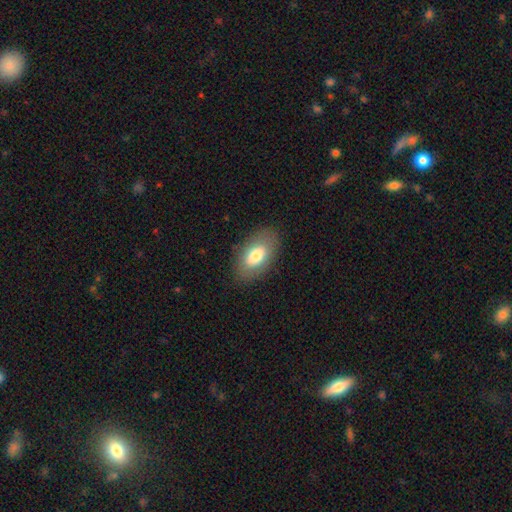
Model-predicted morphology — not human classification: Smooth or featured: smooth — 75% (featured or disk — 18%)
How rounded: in between — 93% (round — 5%)
Merging: none — 84% (minor disturbance — 11%)